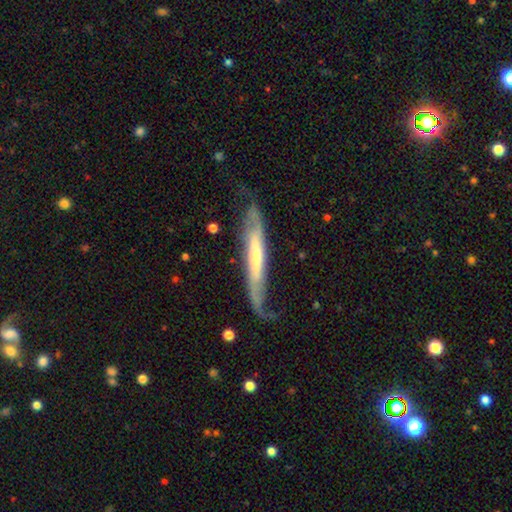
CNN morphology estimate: smooth-or-featured: featured or disk: 70% | smooth: 25% | star or artifact: 5%
  disk-edge-on: yes: 59% | no: 41%
  merging: none: 51% | minor disturbance: 26% | major disturbance: 21% | merger: 3%